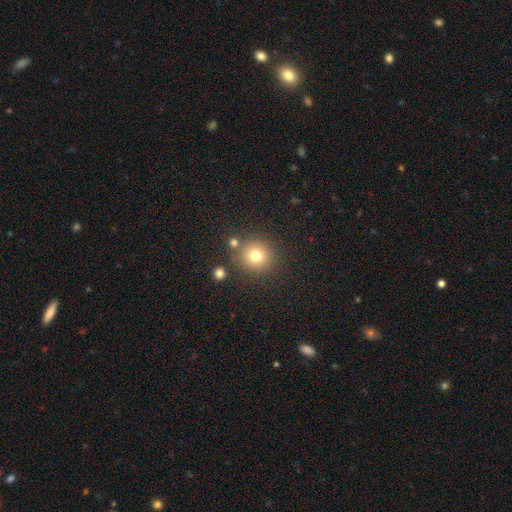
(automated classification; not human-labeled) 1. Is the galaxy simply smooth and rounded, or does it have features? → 77% smooth, 14% star or artifact, 9% featured or disk.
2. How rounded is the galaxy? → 92% round, 7% in between, 1% cigar-shaped.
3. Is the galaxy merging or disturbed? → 82% none, 8% minor disturbance, 7% merger, 3% major disturbance.